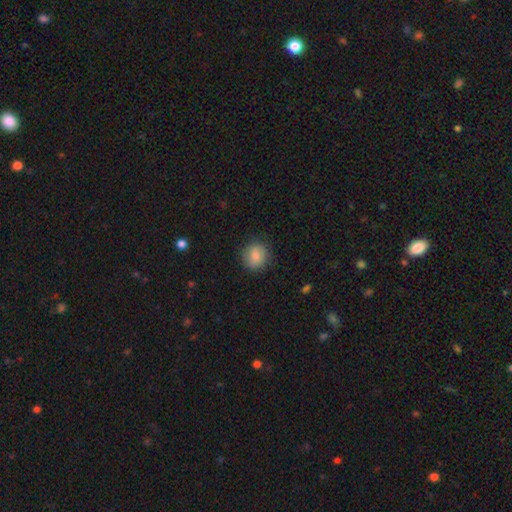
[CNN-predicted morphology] This is clearly a smooth galaxy (85%). How rounded: clearly round (84%). Merging: clearly none (86%).